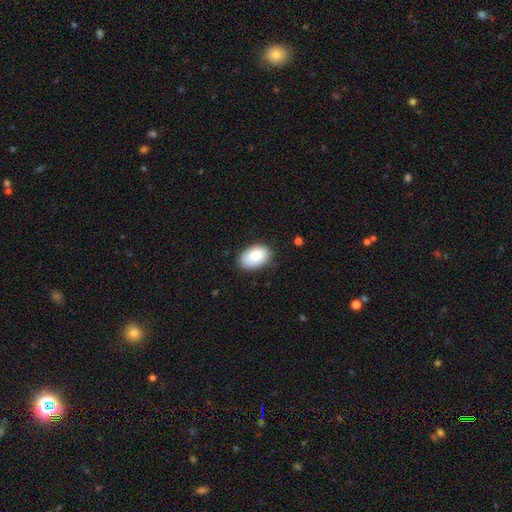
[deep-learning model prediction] Overall: smooth (80%). How rounded: in between (88%). Merging: none (80%).